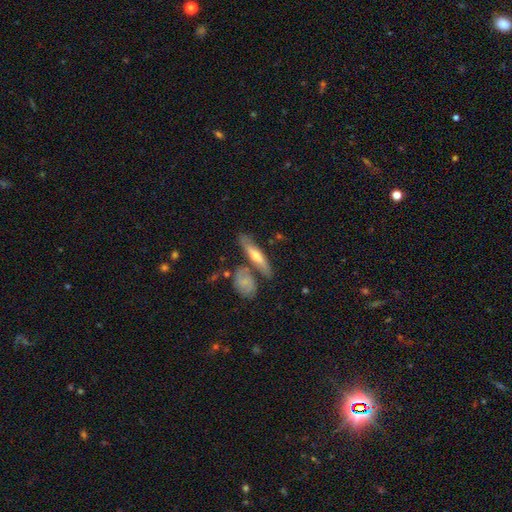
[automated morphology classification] A featured or disk galaxy (48%).

Vote fractions:
- Smooth or featured? featured or disk: 48% / smooth: 47% / star or artifact: 6%
- Merging? none: 65% / merger: 17% / minor disturbance: 14% / major disturbance: 4%